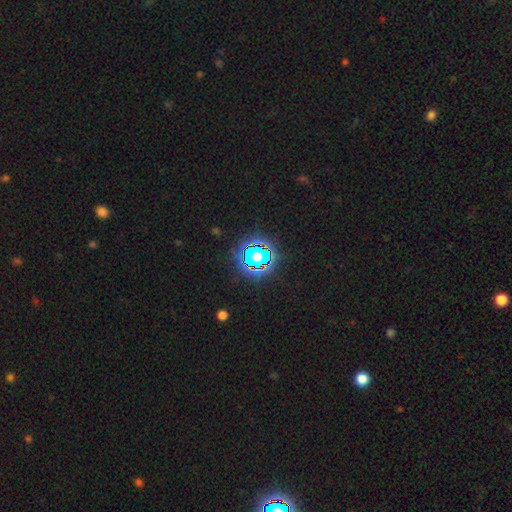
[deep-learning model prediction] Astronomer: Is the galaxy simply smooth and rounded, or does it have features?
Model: star or artifact — 61%.